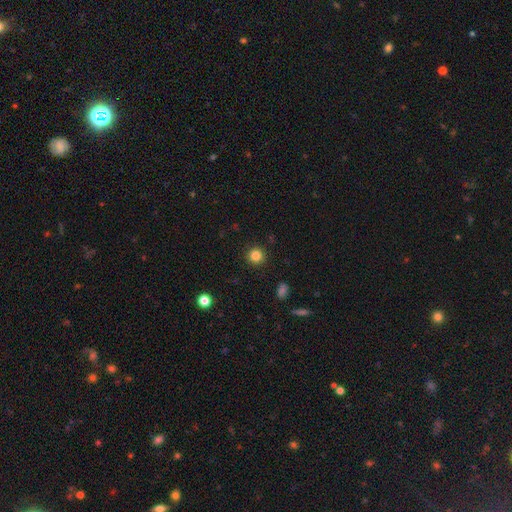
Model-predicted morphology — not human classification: smooth 84%, star or artifact 12%, featured or disk 4%. Down the decision tree: how rounded — round (94%); merging — none (92%).